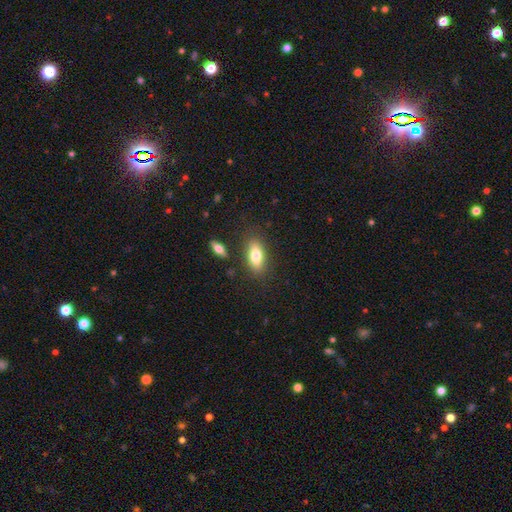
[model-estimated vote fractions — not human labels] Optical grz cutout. It shows a smooth galaxy with no disk features (77%) that is in between round and cigar-shaped (84%). Merging: none (81%).